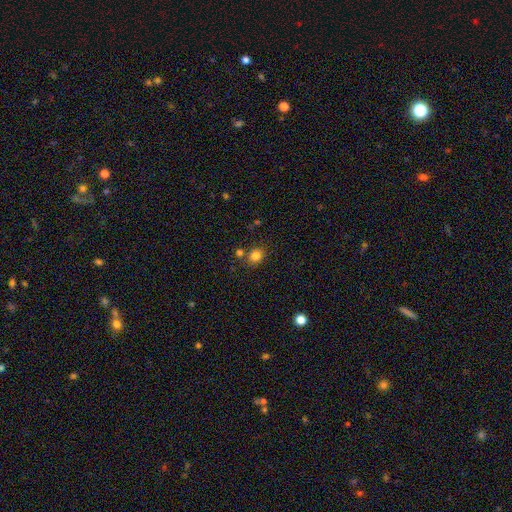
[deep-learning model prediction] Smooth or featured? smooth (81%)
How rounded? round (73%)
Merging? none (74%)